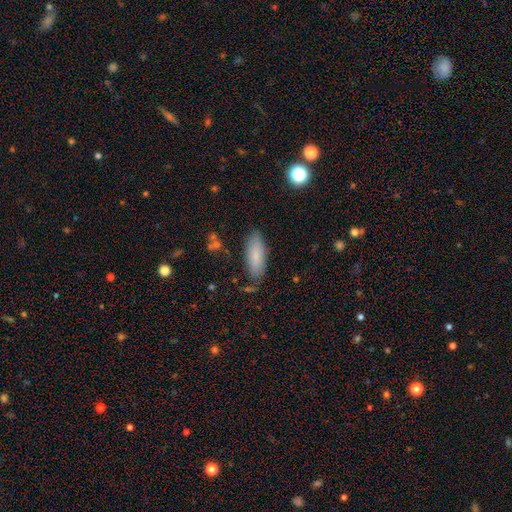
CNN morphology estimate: This is clearly a smooth galaxy (82%). How rounded: likely in between (68%). Merging: clearly none (80%).